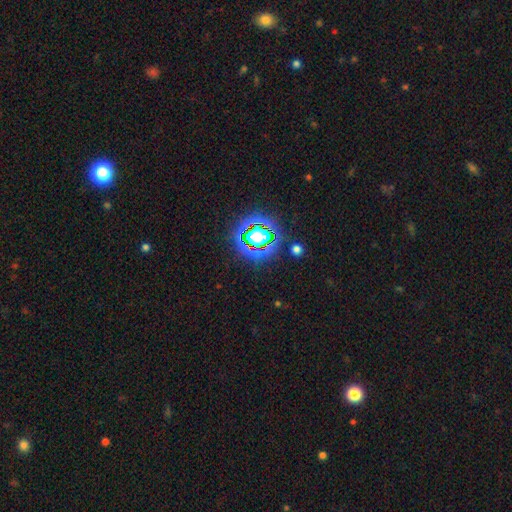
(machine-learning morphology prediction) A star or artifact, not a galaxy (83%).

Vote fractions:
- Smooth or featured? star or artifact: 83% / smooth: 11% / featured or disk: 6%